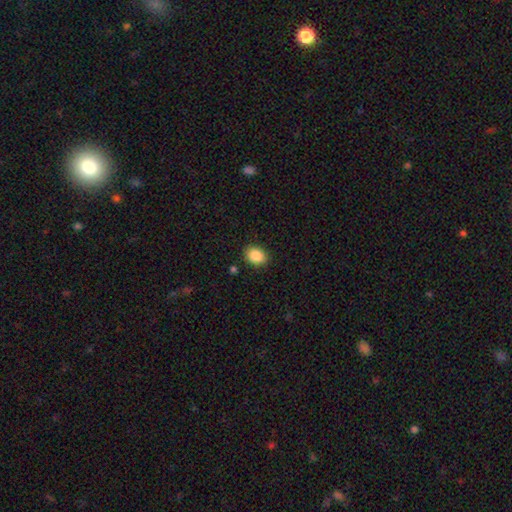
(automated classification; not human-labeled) Smooth or featured?
  - smooth: 87% *
  - star or artifact: 8%
  - featured or disk: 4%
How rounded?
  - in between: 58% *
  - round: 41%
  - cigar-shaped: 1%
Merging?
  - none: 87% *
  - minor disturbance: 9%
  - major disturbance: 2%
  - merger: 2%